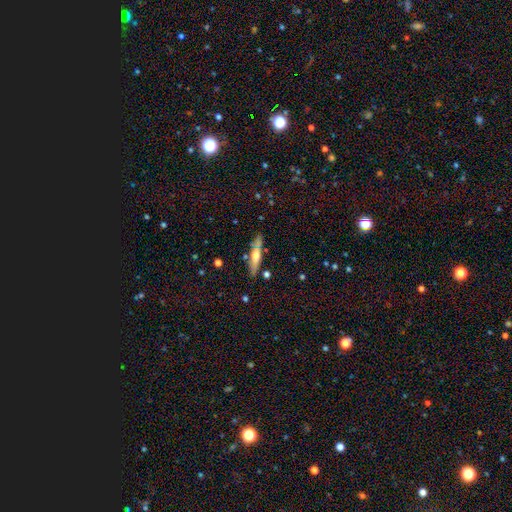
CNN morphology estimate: Smooth or featured? smooth (47%, tied with featured or disk)
Merging? none (78%)